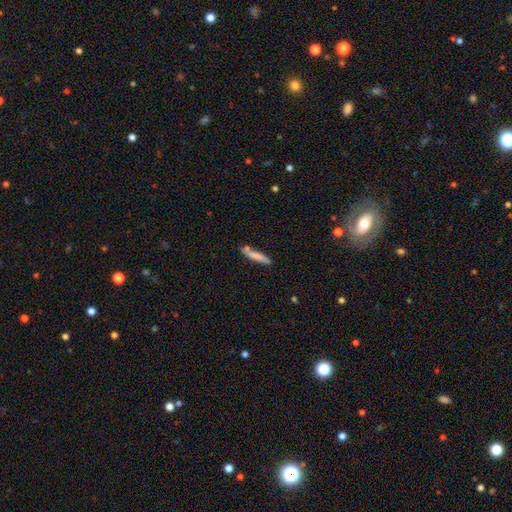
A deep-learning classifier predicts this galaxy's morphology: The model was most divided on "merging": none: 73%, minor disturbance: 15%, merger: 9%, major disturbance: 3%. More confident: how rounded — cigar-shaped (91%); smooth or featured — smooth (76%).